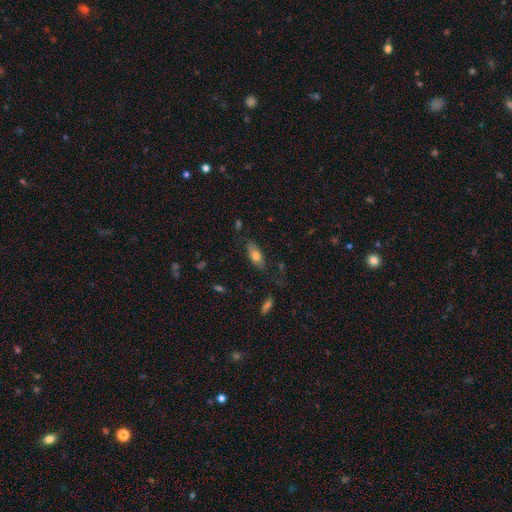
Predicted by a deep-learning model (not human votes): A smooth galaxy with no disk features (70%) that is in between round and cigar-shaped (77%). Merging: none (72%).